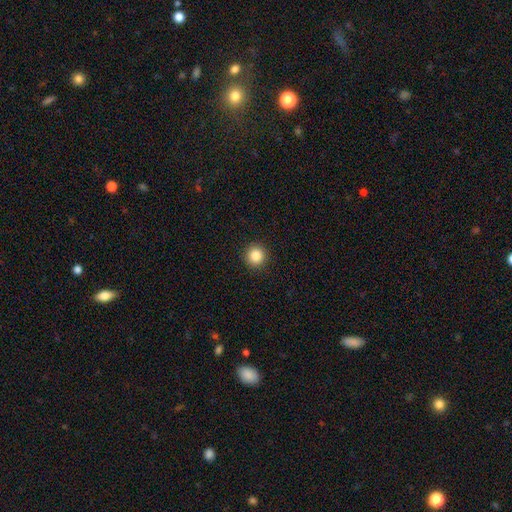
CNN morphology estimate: smooth 86%, star or artifact 10%, featured or disk 4%. Down the decision tree: how rounded — round (95%); merging — none (93%).